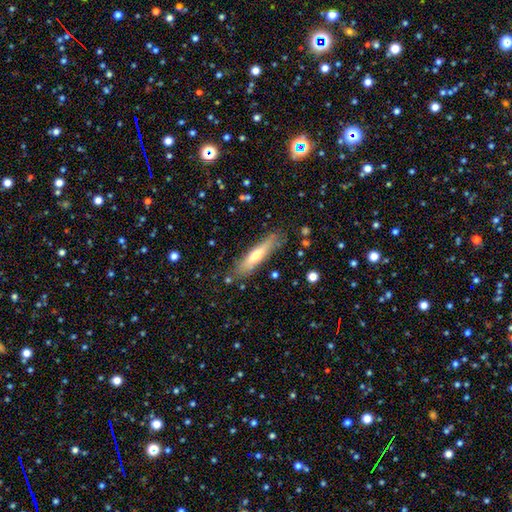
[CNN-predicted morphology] A smooth galaxy with no disk features (55%) that is cigar-shaped (81%). Merging: none (79%).